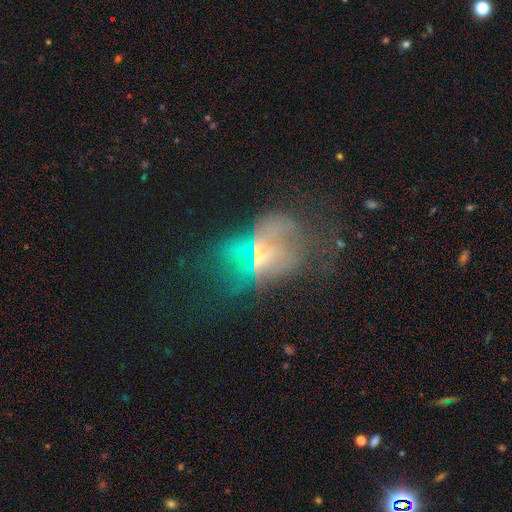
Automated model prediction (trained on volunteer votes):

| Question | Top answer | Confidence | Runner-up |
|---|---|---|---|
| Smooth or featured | featured or disk | 43% | smooth (30%) |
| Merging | major disturbance | 37% | none (35%) |